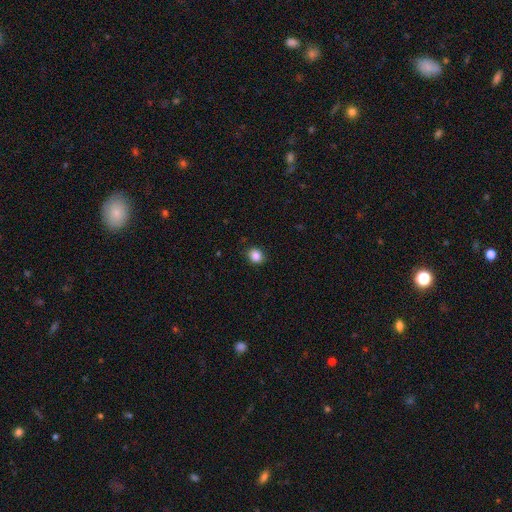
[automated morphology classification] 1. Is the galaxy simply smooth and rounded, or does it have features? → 87% smooth, 10% star or artifact, 3% featured or disk.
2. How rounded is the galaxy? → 66% round, 33% in between, 1% cigar-shaped.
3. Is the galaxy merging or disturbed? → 89% none, 8% minor disturbance, 2% major disturbance, 1% merger.